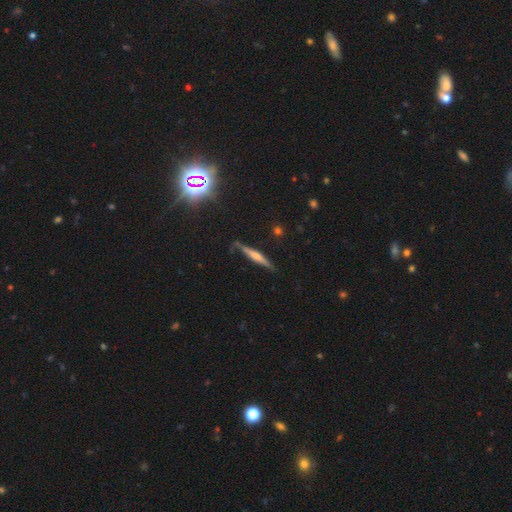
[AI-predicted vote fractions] Smooth or featured? featured or disk (61%)
Edge-on disk? yes (96%)
Edge-on bulge? rounded (70%)
Merging? none (84%)